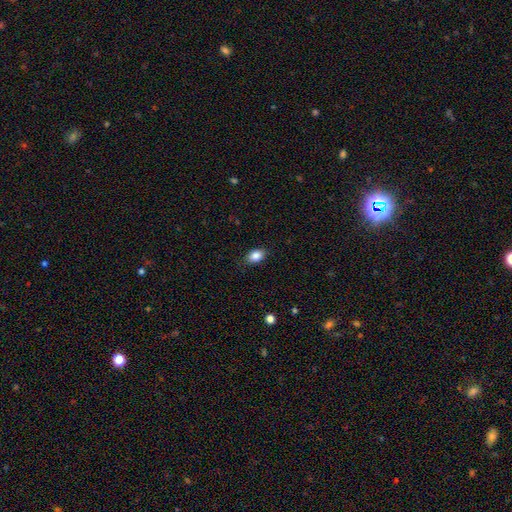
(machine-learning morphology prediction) The model was most divided on "how rounded": in between: 84%, round: 15%, cigar-shaped: 2%. More confident: smooth or featured — smooth (87%); merging — none (84%).